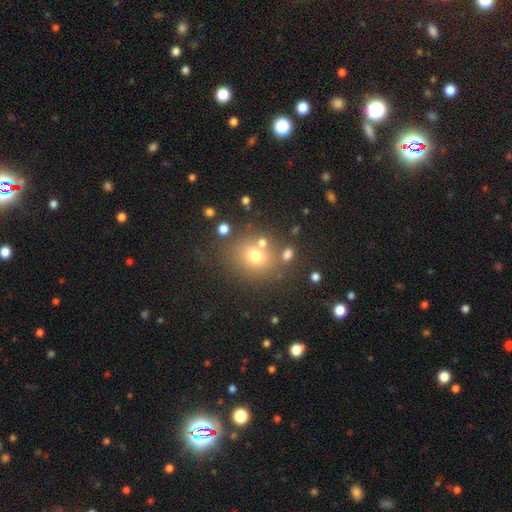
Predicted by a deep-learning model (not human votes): smooth 69%, star or artifact 18%, featured or disk 13%. Down the decision tree: how rounded — round (74%); merging — none (70%).